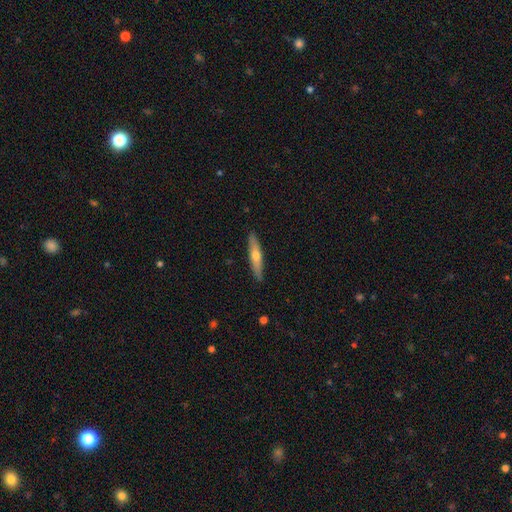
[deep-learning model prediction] Q: Smooth or featured?
A: featured or disk (48%); runner-up: smooth (47%)
Q: Merging?
A: none (91%); runner-up: minor disturbance (7%)